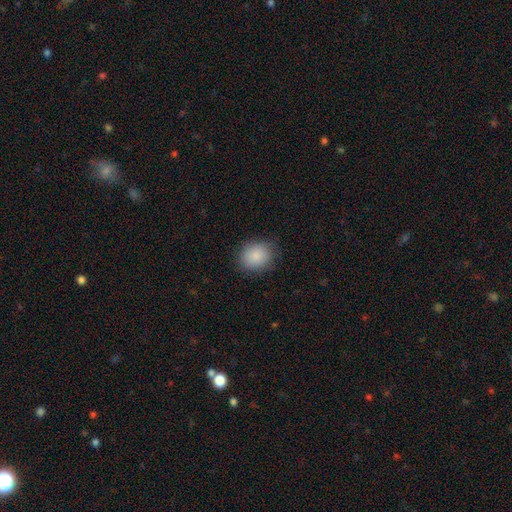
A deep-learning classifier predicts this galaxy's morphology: smooth_or_featured: smooth (p=0.88) [alt: star or artifact p=0.08]
how_rounded: round (p=0.61) [alt: in between p=0.38]
merging: none (p=0.82) [alt: minor disturbance p=0.13]